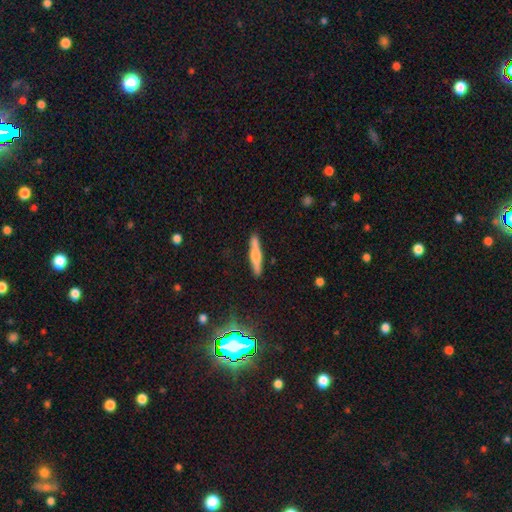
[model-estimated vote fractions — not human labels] Smooth or featured?
  - featured or disk: 50% *
  - smooth: 43%
  - star or artifact: 6%
Edge-on disk?
  - yes: 95% *
  - no: 5%
Merging?
  - none: 89% *
  - minor disturbance: 8%
  - major disturbance: 2%
  - merger: 2%